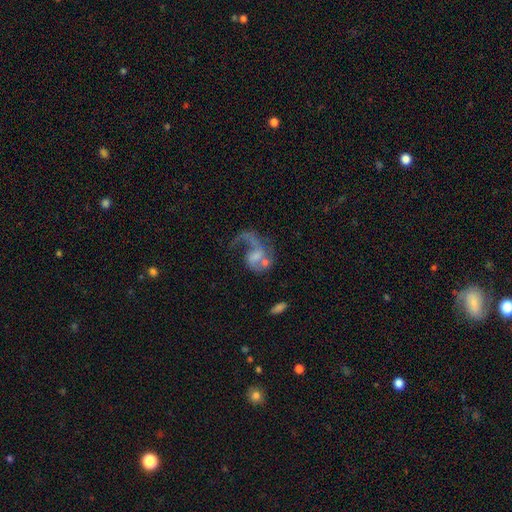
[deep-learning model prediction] This is likely a featured or disk galaxy (77%). It is clearly not viewed edge-on (98%). Bar: possibly no (55%). Spiral arm pattern: clearly yes (86%). Spiral arm count: likely 1 (64%). Spiral winding: likely loose (66%). Central bulge: marginally small (40%). Merging: marginally major disturbance (38%).